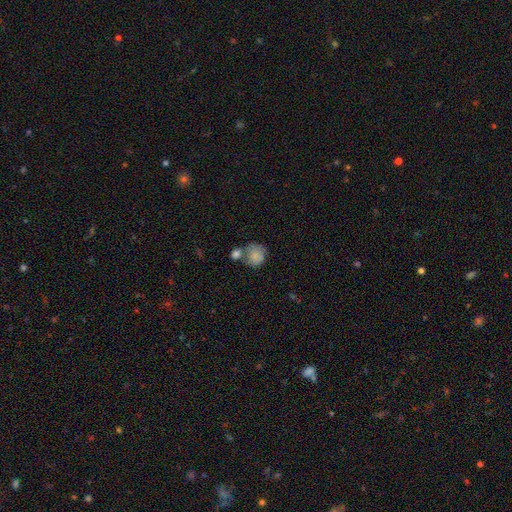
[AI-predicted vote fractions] Smooth or featured? Predicted: smooth (p=0.78). How rounded? Predicted: round (p=0.77). Merging? Predicted: merger (p=0.38).